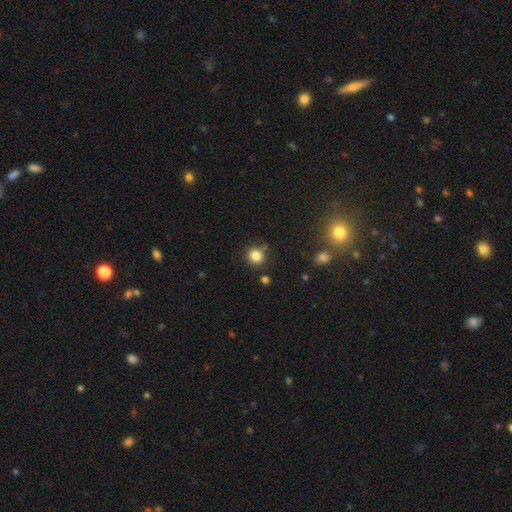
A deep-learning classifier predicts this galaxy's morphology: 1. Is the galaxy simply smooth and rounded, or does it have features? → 83% smooth, 12% star or artifact, 5% featured or disk.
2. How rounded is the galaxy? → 91% round, 8% in between, 1% cigar-shaped.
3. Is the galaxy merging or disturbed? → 81% none, 10% minor disturbance, 5% merger, 3% major disturbance.